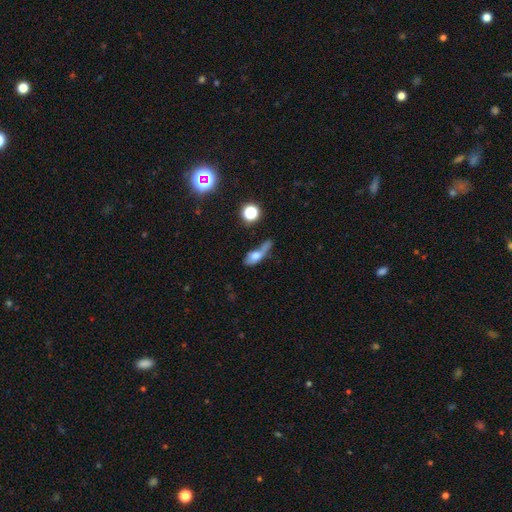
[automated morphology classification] A smooth galaxy with no disk features (61%) that is in between round and cigar-shaped (61%). Merging: major disturbance (30%).